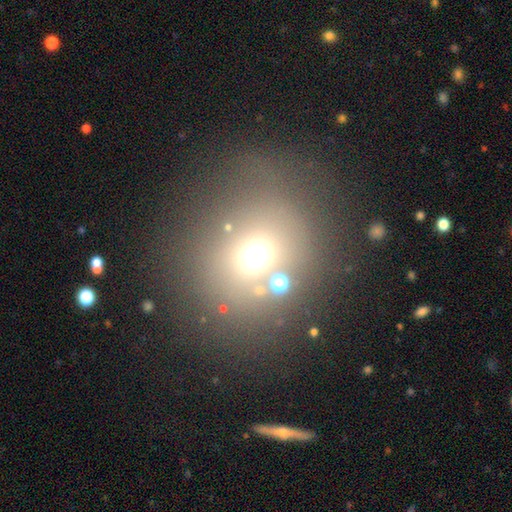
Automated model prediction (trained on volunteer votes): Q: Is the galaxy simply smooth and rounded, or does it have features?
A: smooth — 62%.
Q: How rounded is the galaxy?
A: round — 80%.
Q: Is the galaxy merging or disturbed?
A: none — 67%.